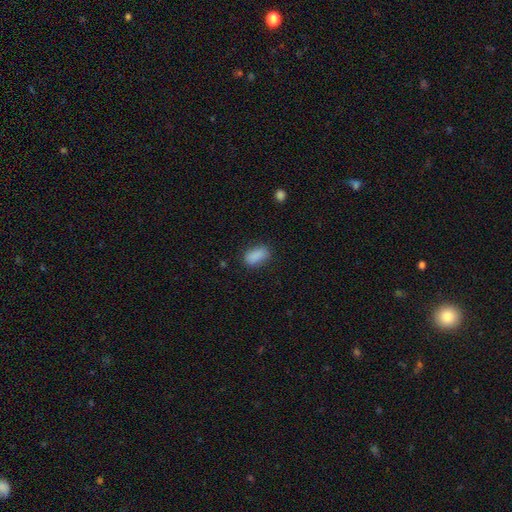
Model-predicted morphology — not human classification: A smooth galaxy with no disk features (88%) that is in between round and cigar-shaped (90%). Merging: none (81%).